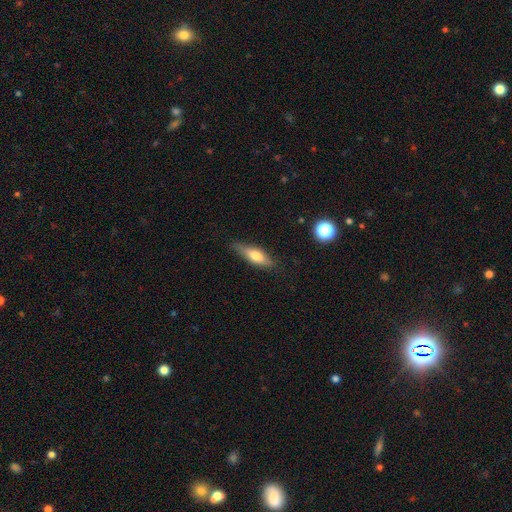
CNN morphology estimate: The model was most divided on "how rounded": cigar-shaped: 51%, in between: 46%, round: 3%. More confident: merging — none (77%); smooth or featured — smooth (63%).